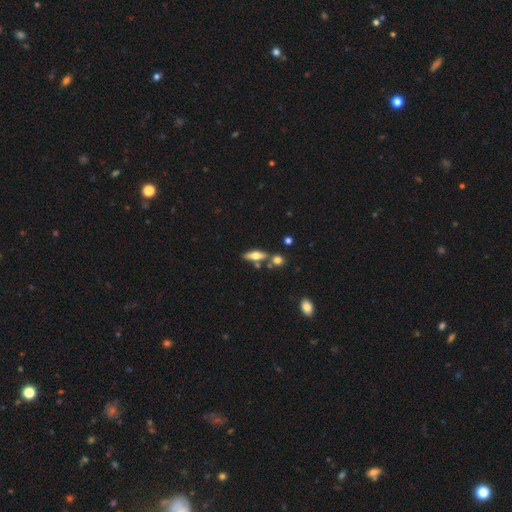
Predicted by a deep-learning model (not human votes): The model was most divided on "smooth or featured": smooth: 49%, featured or disk: 43%, star or artifact: 8%. More confident: merging — none (69%).